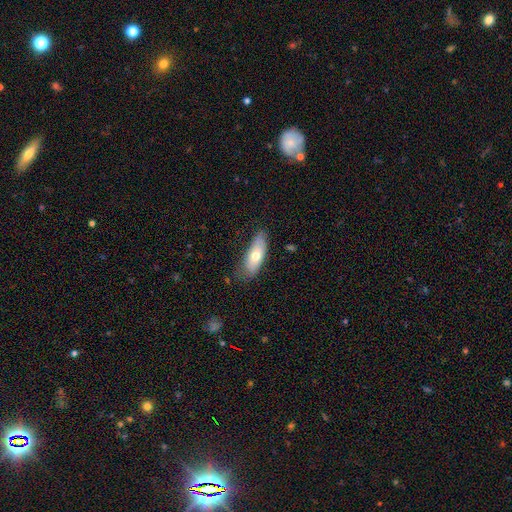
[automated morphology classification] This appears to be a smooth galaxy with no disk features (64%) that is in between round and cigar-shaped (69%). Merging: none (70%).